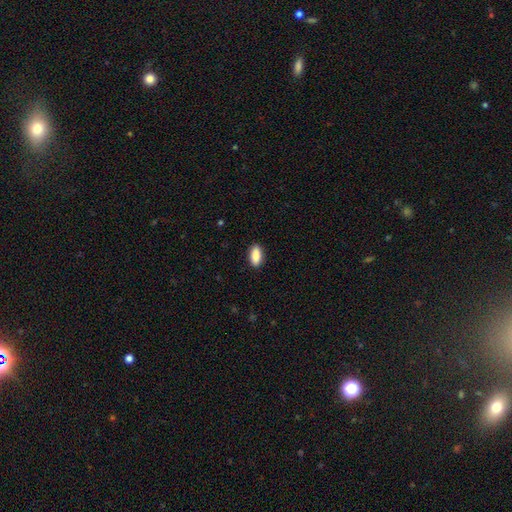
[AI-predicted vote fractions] smooth_or_featured: smooth (p=0.89) [alt: star or artifact p=0.07]
how_rounded: in between (p=0.87) [alt: cigar-shaped p=0.10]
merging: none (p=0.89) [alt: minor disturbance p=0.08]